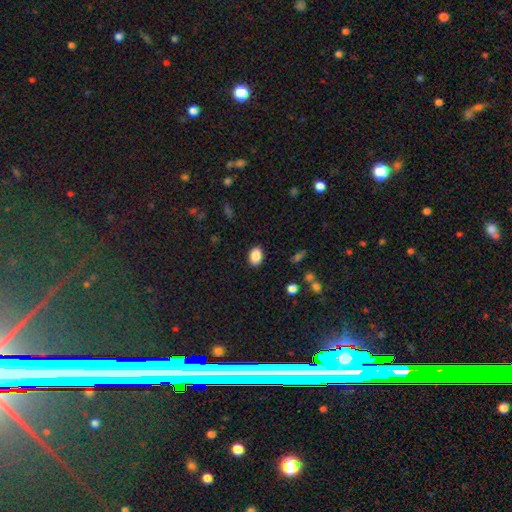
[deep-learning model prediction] Smooth or featured? smooth (88%)
How rounded? in between (81%)
Merging? none (88%)